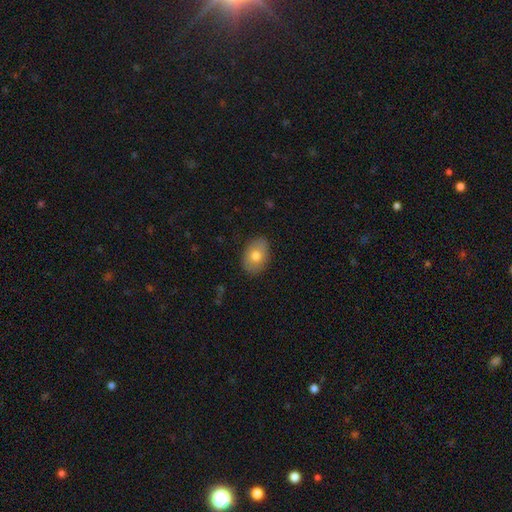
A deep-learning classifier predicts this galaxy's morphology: This is likely a smooth galaxy (76%). How rounded: clearly in between (80%). Merging: clearly none (86%).